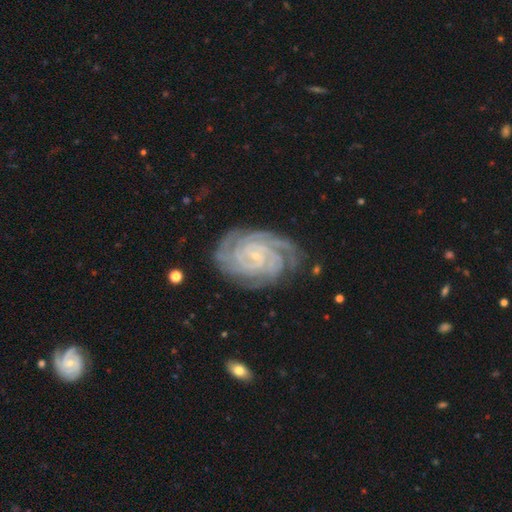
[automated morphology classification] Smooth or featured? Predicted: featured or disk (p=0.91). Edge-on disk? Predicted: no (p=0.98). Bar? Predicted: no (p=0.57). Spiral arms? Predicted: yes (p=0.99). Spiral winding? Predicted: tight (p=0.83). Spiral arm count? Predicted: 4 (p=0.31). Bulge size? Predicted: small (p=0.85). Merging? Predicted: none (p=0.78).